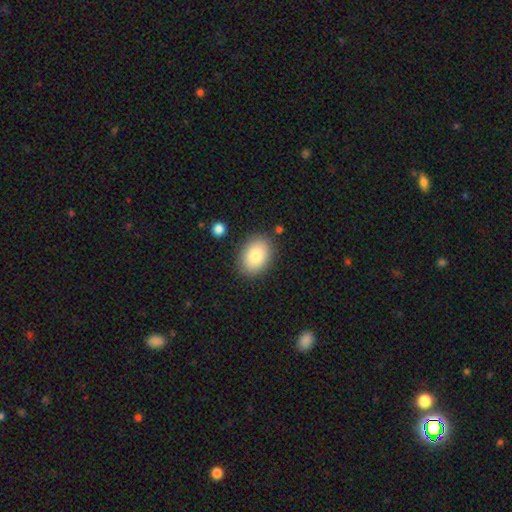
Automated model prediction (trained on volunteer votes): Overall: smooth (84%). How rounded: in between (81%). Merging: none (85%).